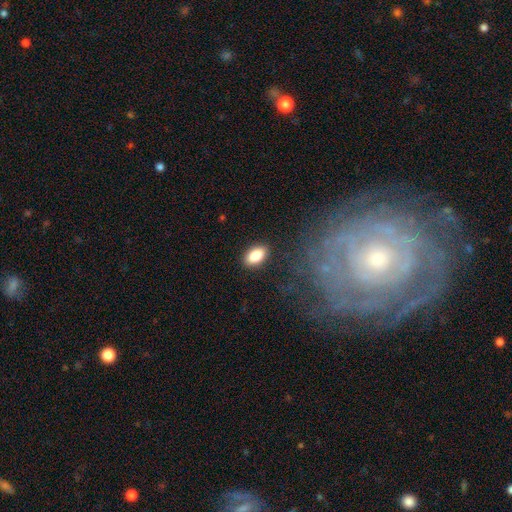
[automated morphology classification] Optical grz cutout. It shows a smooth galaxy with no disk features (85%) that is in between round and cigar-shaped (92%). Merging: none (88%).